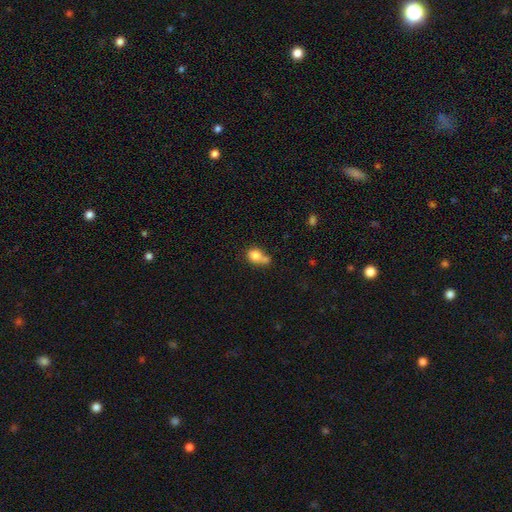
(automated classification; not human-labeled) The model was most divided on "how rounded": round: 52%, in between: 46%, cigar-shaped: 2%. Remaining: smooth or featured — smooth (78%); merging — merger (40%).